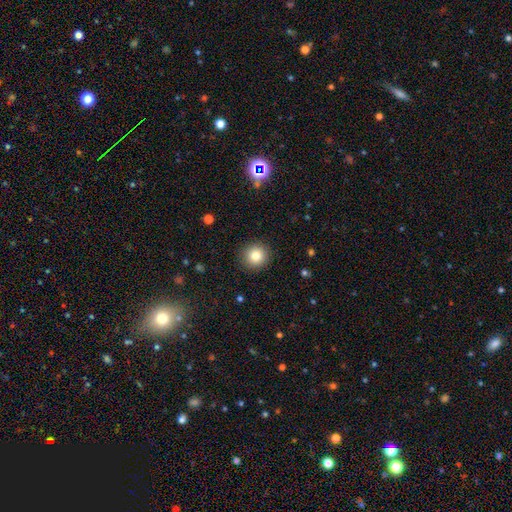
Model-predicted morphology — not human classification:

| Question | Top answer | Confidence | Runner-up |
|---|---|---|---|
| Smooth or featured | smooth | 81% | star or artifact (11%) |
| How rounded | round | 93% | in between (6%) |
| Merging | none | 91% | minor disturbance (6%) |